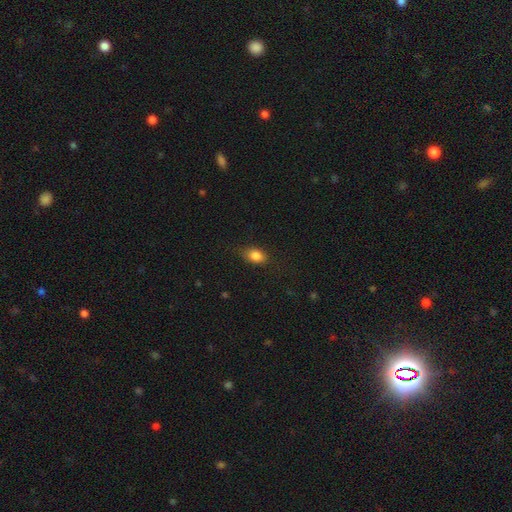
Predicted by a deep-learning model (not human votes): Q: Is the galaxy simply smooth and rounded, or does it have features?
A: smooth — 84%.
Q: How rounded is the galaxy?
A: in between — 77%.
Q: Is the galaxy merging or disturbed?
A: none — 76%.